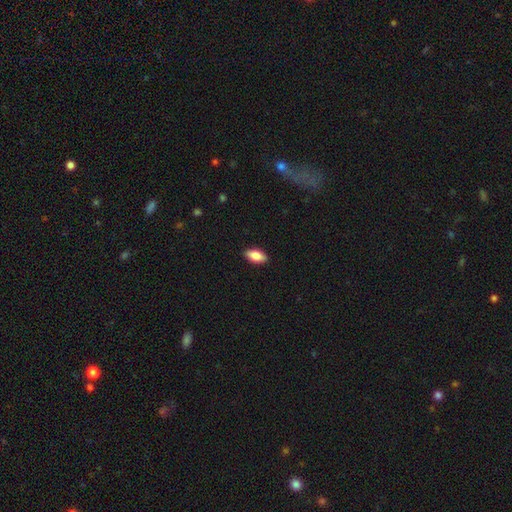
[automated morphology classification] smooth-or-featured: smooth: 81% | featured or disk: 12% | star or artifact: 7%
  how-rounded: in between: 89% | cigar-shaped: 8% | round: 3%
  merging: none: 90% | minor disturbance: 8% | major disturbance: 2% | merger: 1%